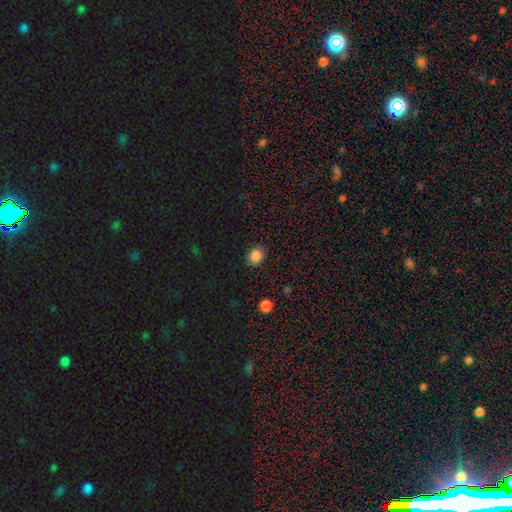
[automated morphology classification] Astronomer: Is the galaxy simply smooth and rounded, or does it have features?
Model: smooth — 83%.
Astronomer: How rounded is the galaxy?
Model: round — 56% (runner-up: in between, 43%).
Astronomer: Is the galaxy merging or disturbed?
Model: none — 87%.